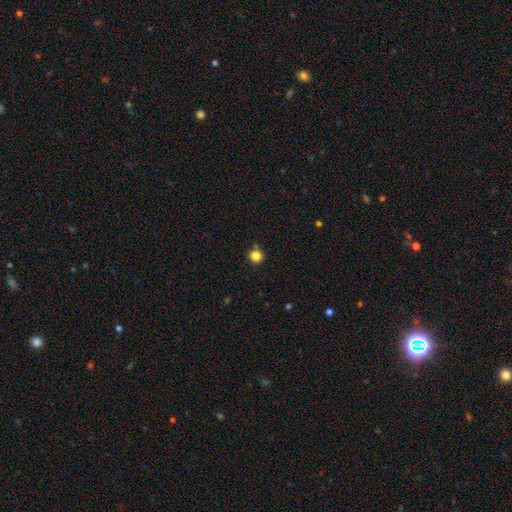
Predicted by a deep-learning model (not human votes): This appears to be a smooth galaxy with no disk features (84%) that is round (94%). Merging: none (86%).